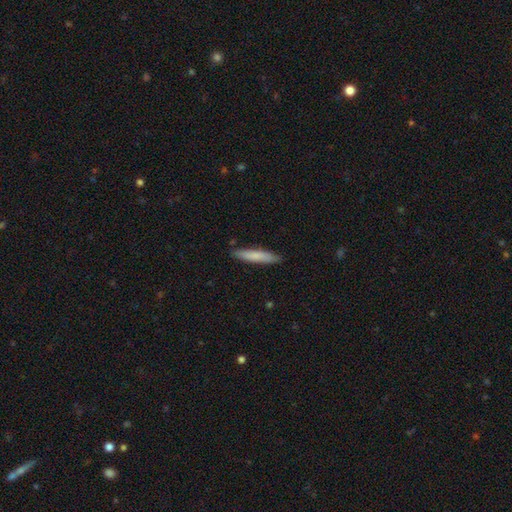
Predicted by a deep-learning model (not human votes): smooth 78%, featured or disk 17%, star or artifact 5%. Down the decision tree: how rounded — cigar-shaped (91%); merging — none (88%).